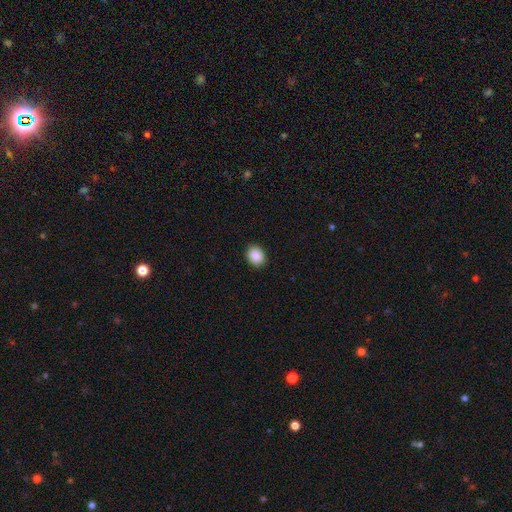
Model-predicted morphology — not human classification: Overall: smooth (89%). How rounded: round (55%; in between 44%). Merging: none (91%).